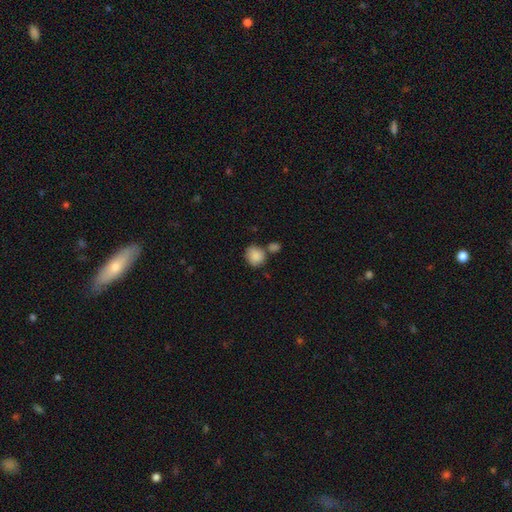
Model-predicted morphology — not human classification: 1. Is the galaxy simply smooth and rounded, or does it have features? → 87% smooth, 8% star or artifact, 5% featured or disk.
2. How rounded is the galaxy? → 75% round, 24% in between, 1% cigar-shaped.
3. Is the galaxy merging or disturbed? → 56% none, 25% merger, 14% minor disturbance, 5% major disturbance.